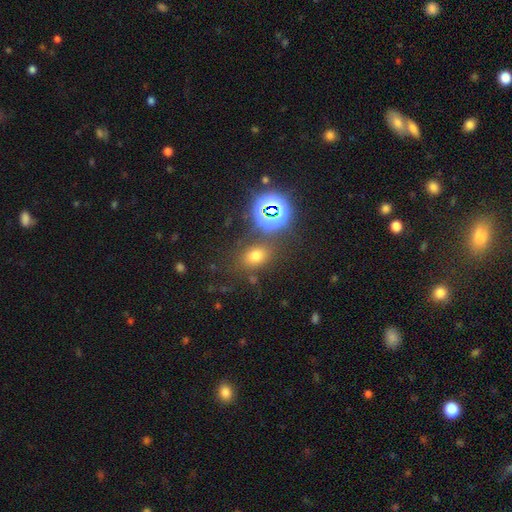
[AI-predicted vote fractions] smooth 64%, star or artifact 27%, featured or disk 9%. Down the decision tree: how rounded — in between (58%); merging — none (75%).